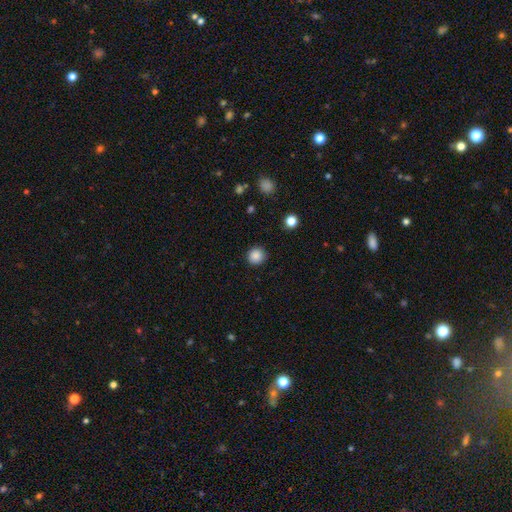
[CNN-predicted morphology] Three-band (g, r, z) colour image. It shows a smooth galaxy with no disk features (87%) that is round (92%). Merging: none (90%).